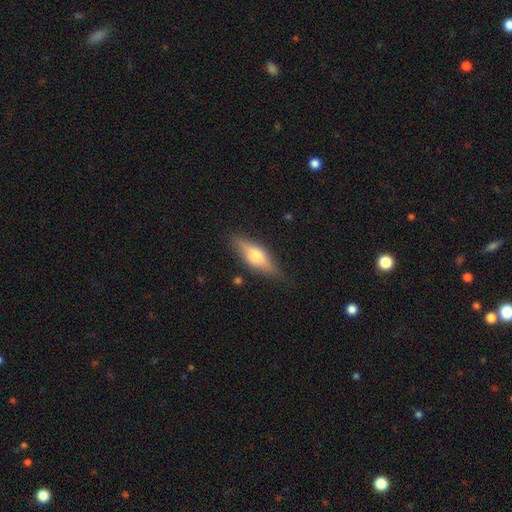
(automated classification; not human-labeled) Morphology: type=featured or disk (49%); merging=none (83%).